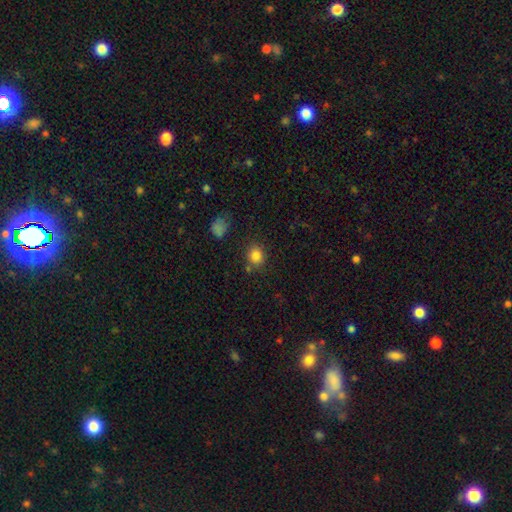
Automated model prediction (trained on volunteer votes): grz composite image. It shows a smooth galaxy with no disk features (84%) that is round (71%). Merging: none (77%).